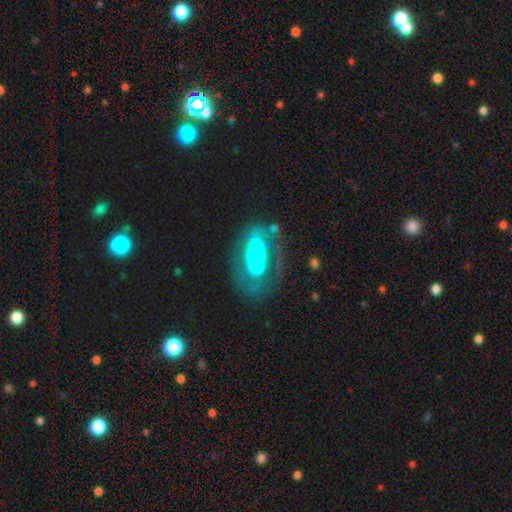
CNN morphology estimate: Smooth or featured?
  - featured or disk: 67% *
  - smooth: 26%
  - star or artifact: 7%
Edge-on disk?
  - no: 93% *
  - yes: 7%
Bar?
  - no: 71% *
  - weak: 18%
  - strong: 11%
Spiral arms?
  - no: 55% *
  - yes: 45%
Bulge size?
  - moderate: 54% *
  - small: 26%
  - large: 14%
  - none: 3%
  - dominant: 2%
Merging?
  - none: 43% *
  - major disturbance: 20%
  - minor disturbance: 19%
  - merger: 18%